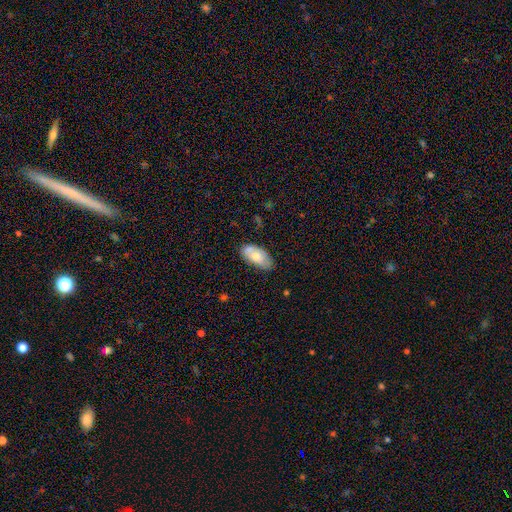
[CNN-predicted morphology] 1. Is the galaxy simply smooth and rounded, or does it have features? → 66% smooth, 27% featured or disk, 6% star or artifact.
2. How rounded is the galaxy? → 93% in between, 5% cigar-shaped, 3% round.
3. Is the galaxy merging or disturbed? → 63% none, 25% minor disturbance, 6% merger, 6% major disturbance.